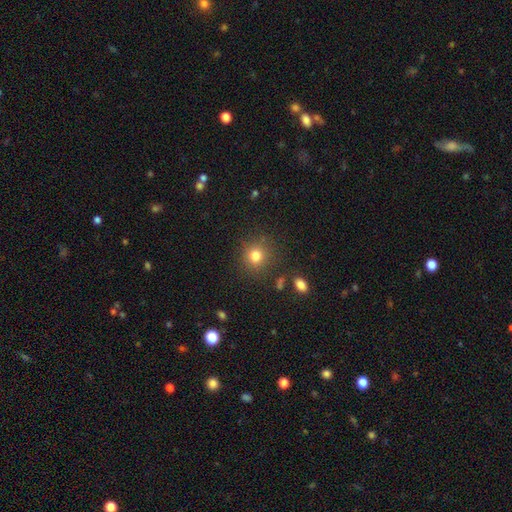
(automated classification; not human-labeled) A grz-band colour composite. It shows a smooth galaxy with no disk features (80%) that is round (88%). Merging: none (85%).